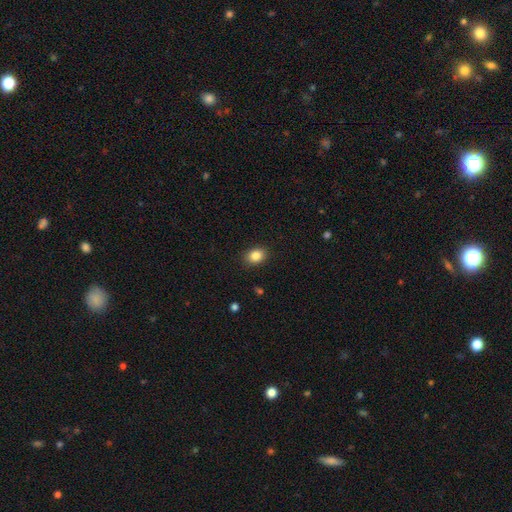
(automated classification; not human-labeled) Morphology: type=smooth (86%); roundness=in between (61%); merging=none (89%).